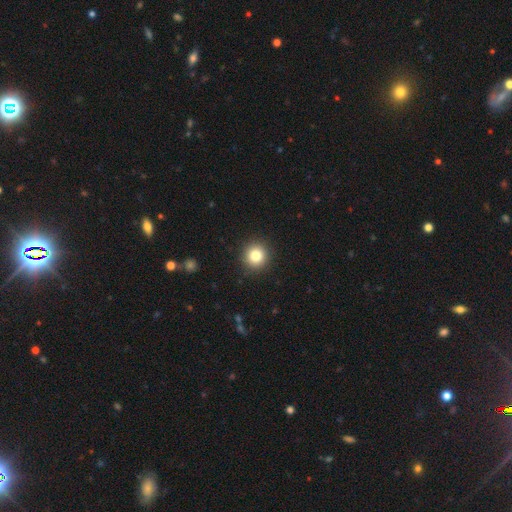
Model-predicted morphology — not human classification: This is clearly a smooth galaxy (82%). How rounded: clearly round (93%). Merging: clearly none (92%).